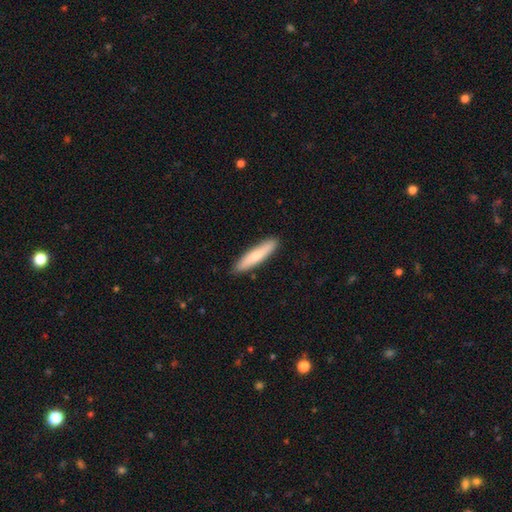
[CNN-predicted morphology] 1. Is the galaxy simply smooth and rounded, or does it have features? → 72% smooth, 22% featured or disk, 5% star or artifact.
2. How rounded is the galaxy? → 88% cigar-shaped, 11% in between, 1% round.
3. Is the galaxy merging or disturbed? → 90% none, 8% minor disturbance, 1% major disturbance, 1% merger.